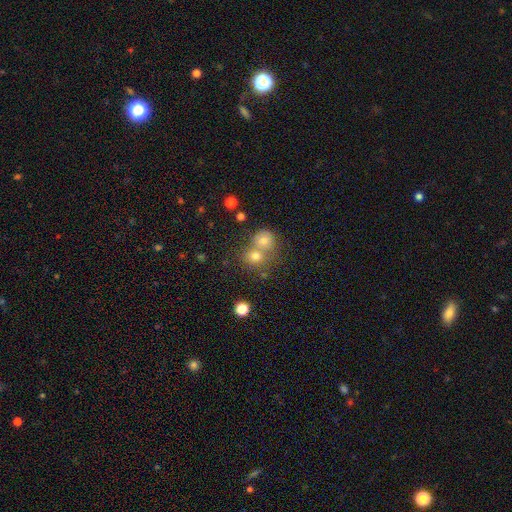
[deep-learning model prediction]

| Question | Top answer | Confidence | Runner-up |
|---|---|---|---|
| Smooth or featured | smooth | 60% | star or artifact (22%) |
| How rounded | round | 80% | in between (18%) |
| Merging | merger | 54% | none (37%) |